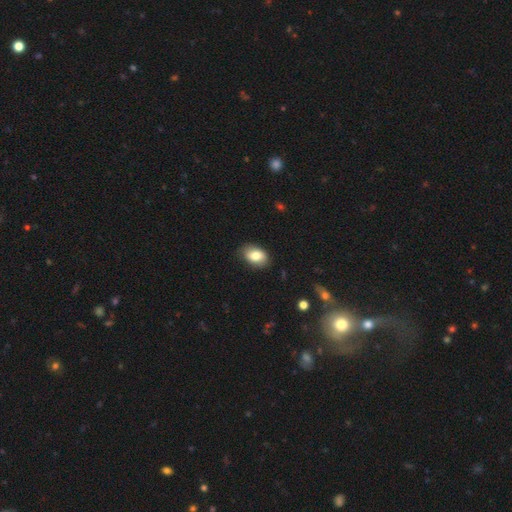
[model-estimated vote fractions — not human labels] Q: Smooth or featured?
A: smooth (80%); runner-up: featured or disk (12%)
Q: How rounded?
A: in between (87%); runner-up: round (12%)
Q: Merging?
A: none (83%); runner-up: minor disturbance (14%)